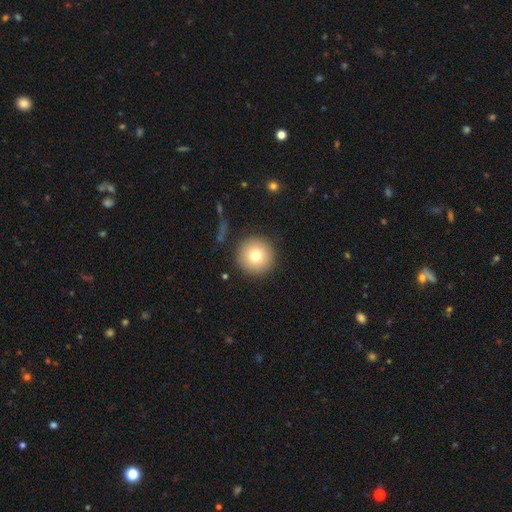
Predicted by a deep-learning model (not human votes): Smooth or featured? smooth (76%)
How rounded? round (96%)
Merging? none (89%)